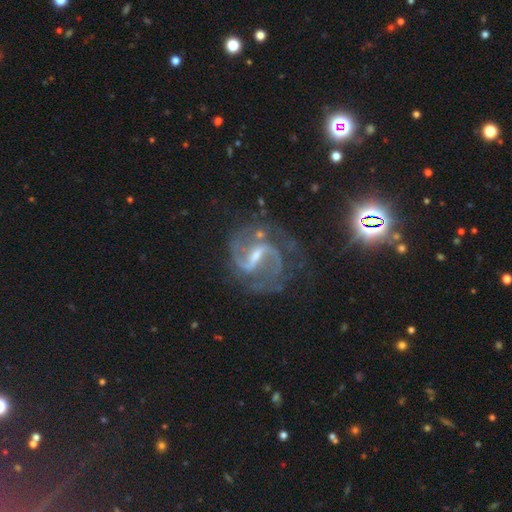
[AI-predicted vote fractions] This is clearly a featured or disk galaxy (89%). It is clearly not viewed edge-on (98%). Bar: possibly strong (49%). Spiral arm pattern: clearly yes (97%). Spiral arm count: clearly 2 (89%). Spiral winding: possibly medium (56%). Central bulge: possibly small (56%). Merging: likely none (65%).